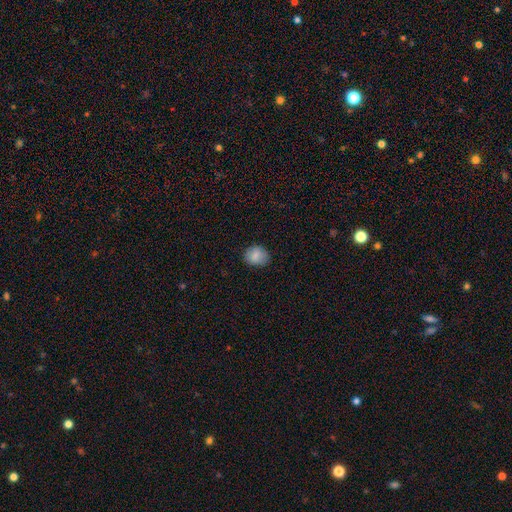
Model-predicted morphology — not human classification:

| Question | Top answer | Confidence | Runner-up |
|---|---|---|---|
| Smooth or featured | smooth | 83% | star or artifact (9%) |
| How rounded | round | 54% | in between (44%) |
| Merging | none | 79% | minor disturbance (16%) |